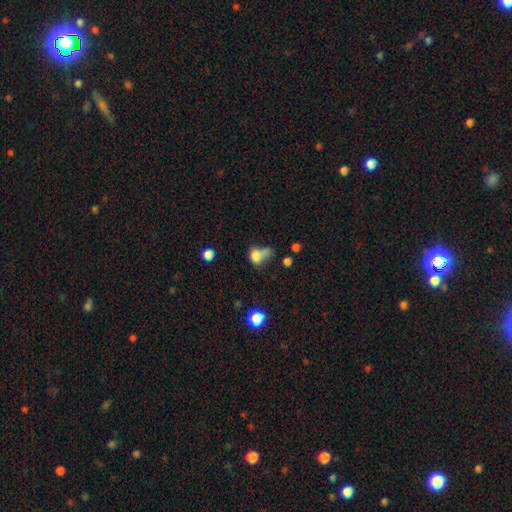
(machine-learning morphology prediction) A smooth galaxy with no disk features (75%) that is in between round and cigar-shaped (50%). Merging: merger (32%).